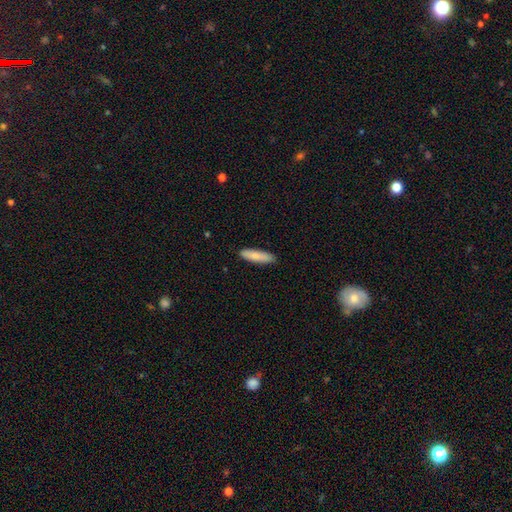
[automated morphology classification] Smooth or featured?
  - smooth: 83% *
  - featured or disk: 11%
  - star or artifact: 6%
How rounded?
  - cigar-shaped: 69% *
  - in between: 30%
  - round: 1%
Merging?
  - none: 88% *
  - minor disturbance: 10%
  - major disturbance: 2%
  - merger: 1%